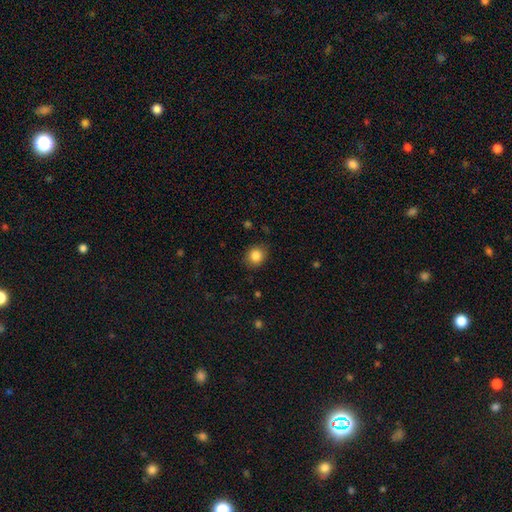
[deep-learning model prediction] Smooth or featured: smooth — 85% (star or artifact — 10%)
How rounded: round — 77% (in between — 22%)
Merging: none — 86% (minor disturbance — 11%)